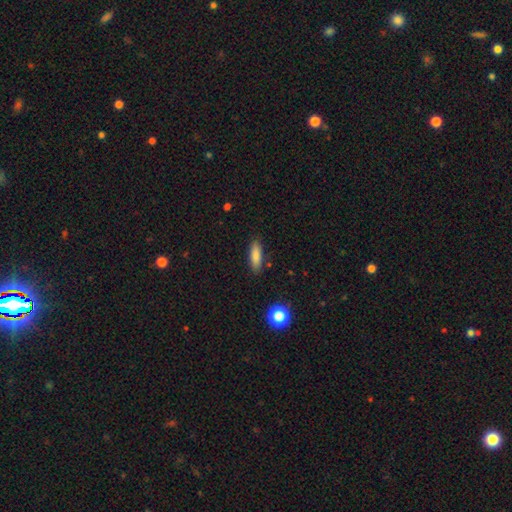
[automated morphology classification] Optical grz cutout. It shows a smooth galaxy with no disk features (83%) that is cigar-shaped (49%). Merging: none (86%).